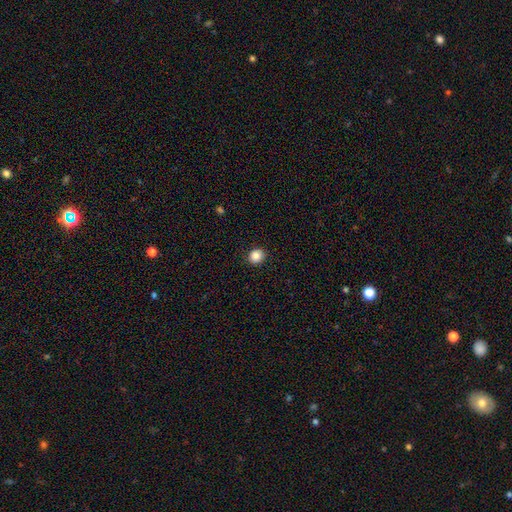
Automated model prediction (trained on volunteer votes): Smooth or featured?
  - smooth: 84% *
  - star or artifact: 10%
  - featured or disk: 6%
How rounded?
  - round: 81% *
  - in between: 18%
  - cigar-shaped: 1%
Merging?
  - none: 90% *
  - minor disturbance: 7%
  - major disturbance: 2%
  - merger: 1%